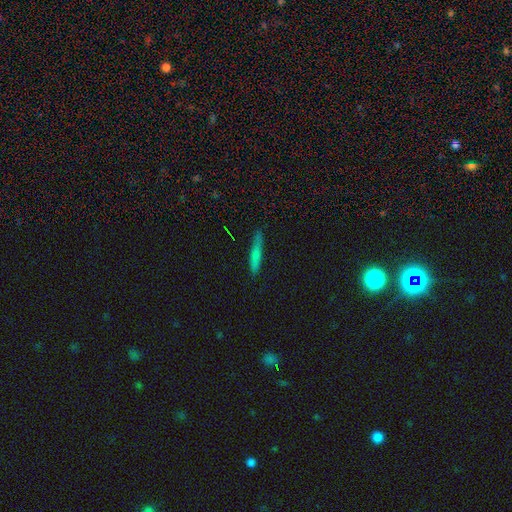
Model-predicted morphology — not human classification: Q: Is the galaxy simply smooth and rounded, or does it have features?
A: smooth — 67%.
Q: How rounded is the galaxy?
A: cigar-shaped — 91%.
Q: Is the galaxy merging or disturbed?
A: none — 85%.